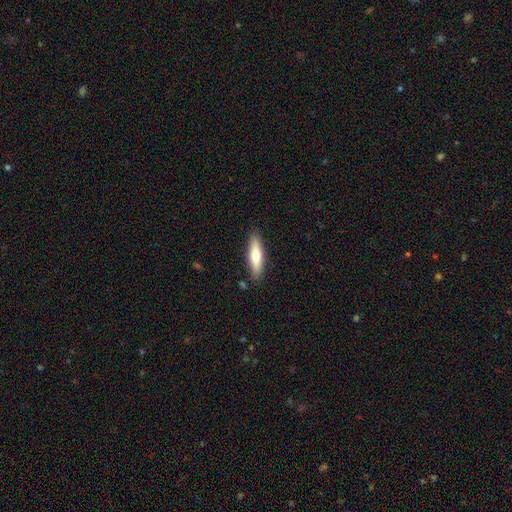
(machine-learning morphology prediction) The model was most divided on "smooth or featured": smooth: 62%, featured or disk: 32%, star or artifact: 6%. More confident: merging — none (86%); how rounded — cigar-shaped (66%).